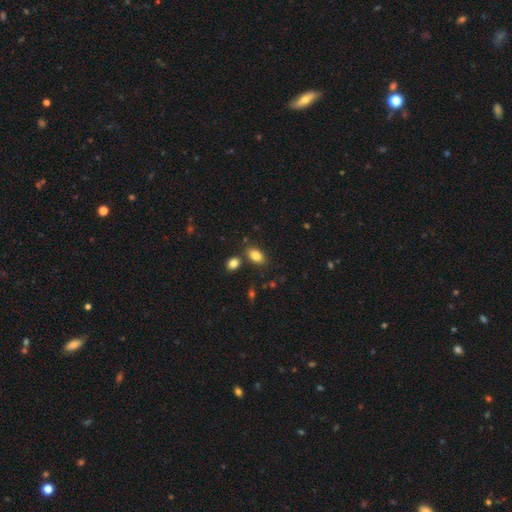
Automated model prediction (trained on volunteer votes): The model was most divided on "merging": none: 76%, minor disturbance: 11%, merger: 10%, major disturbance: 3%. More confident: how rounded — in between (90%); smooth or featured — smooth (84%).